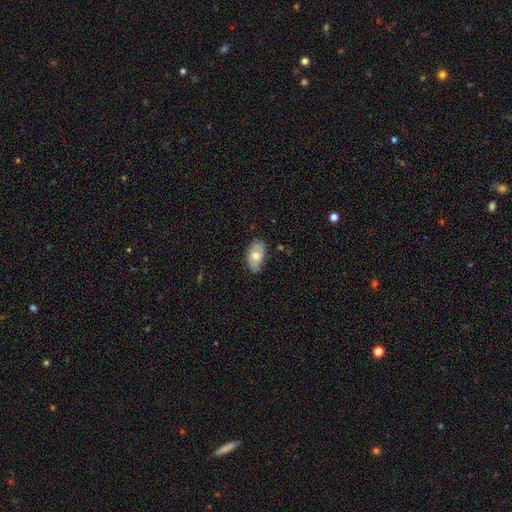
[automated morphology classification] smooth-or-featured: smooth: 66% | featured or disk: 28% | star or artifact: 7%
  how-rounded: in between: 94% | round: 5% | cigar-shaped: 2%
  merging: none: 72% | minor disturbance: 23% | major disturbance: 4% | merger: 1%